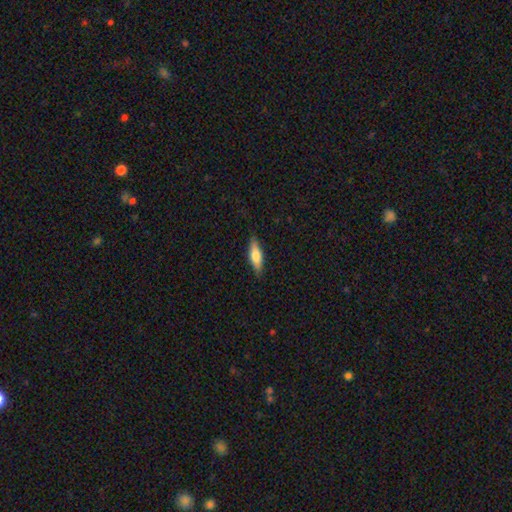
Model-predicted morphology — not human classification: Q: Smooth or featured?
A: smooth (63%); runner-up: featured or disk (31%)
Q: How rounded?
A: cigar-shaped (55%); runner-up: in between (43%)
Q: Merging?
A: none (87%); runner-up: minor disturbance (10%)